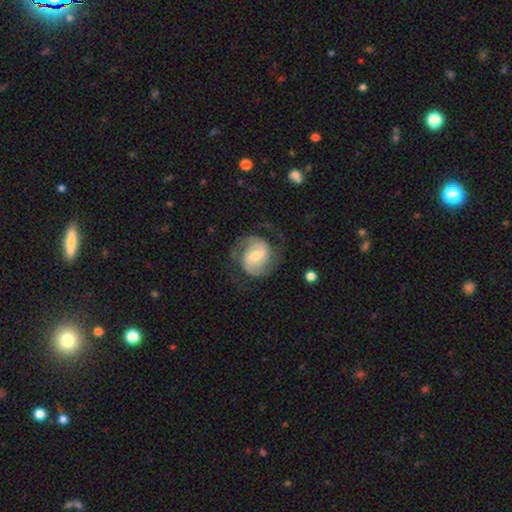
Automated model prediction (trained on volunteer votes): This appears to be a featured or disk galaxy (79%) with a weak bar (51%), 2 (86%) medium (50%) spiral arms (94%) and a moderate central bulge (50%). Merging: none (65%).